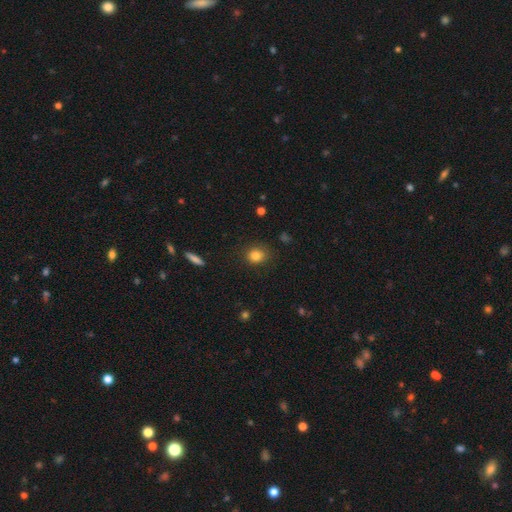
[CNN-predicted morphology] The model was most divided on "how rounded": round: 74%, in between: 24%, cigar-shaped: 1%. More confident: smooth or featured — smooth (83%); merging — none (82%).